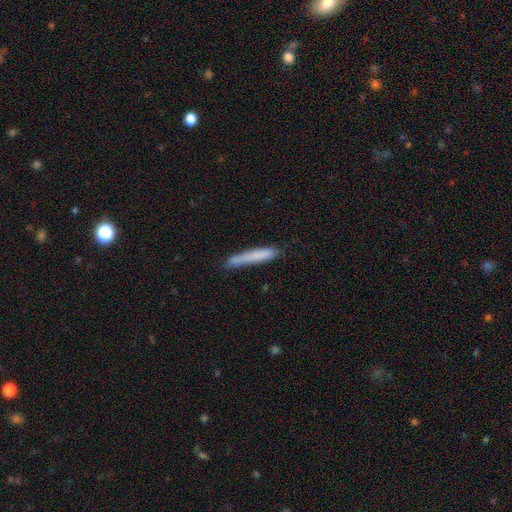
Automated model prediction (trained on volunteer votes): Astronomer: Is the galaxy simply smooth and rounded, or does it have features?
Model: smooth — 75%.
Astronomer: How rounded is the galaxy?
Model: cigar-shaped — 95%.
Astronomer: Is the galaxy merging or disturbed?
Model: none — 72%.